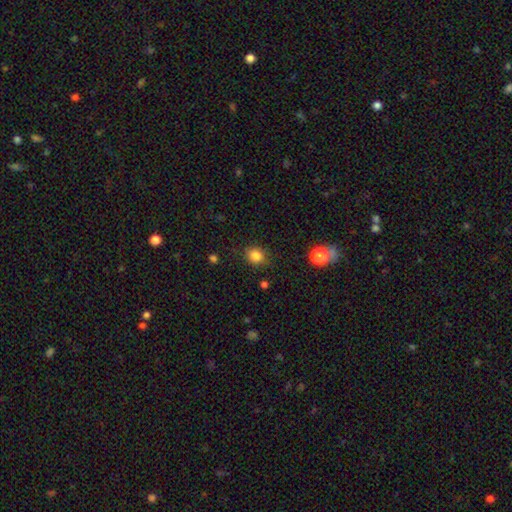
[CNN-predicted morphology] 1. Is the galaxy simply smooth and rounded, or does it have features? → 84% smooth, 12% star or artifact, 4% featured or disk.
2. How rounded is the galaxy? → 67% round, 32% in between, 1% cigar-shaped.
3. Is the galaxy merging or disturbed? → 84% none, 11% minor disturbance, 3% major disturbance, 2% merger.